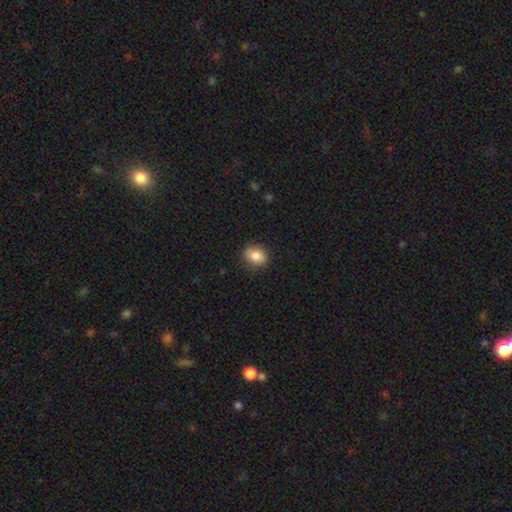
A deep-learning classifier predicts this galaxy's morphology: Smooth or featured? smooth (84%)
How rounded? round (55%)
Merging? none (86%)